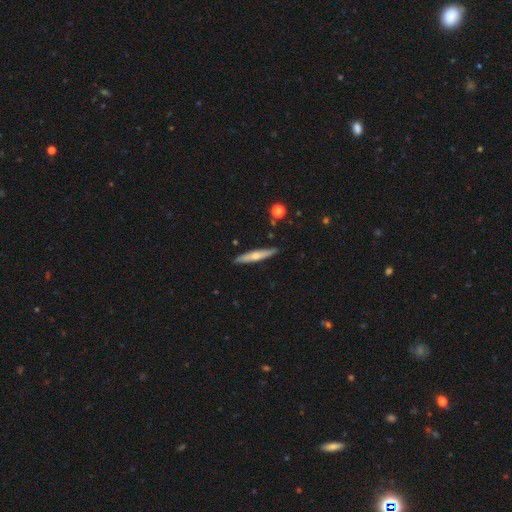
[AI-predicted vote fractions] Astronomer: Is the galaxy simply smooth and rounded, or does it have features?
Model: smooth — 49% (runner-up: featured or disk, 45%).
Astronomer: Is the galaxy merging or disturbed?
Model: none — 89%.